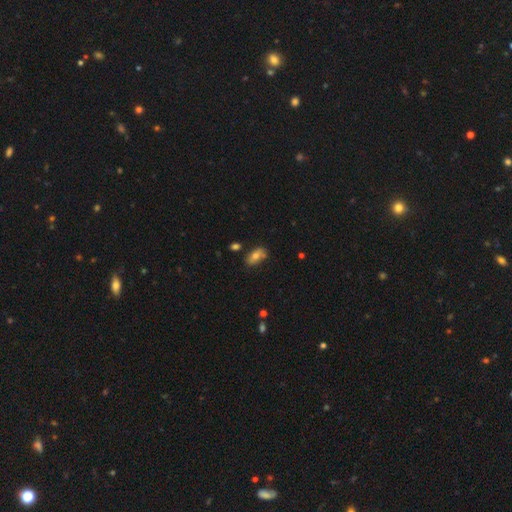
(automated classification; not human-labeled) Overall: smooth (69%). How rounded: in between (88%). Merging: none (69%).